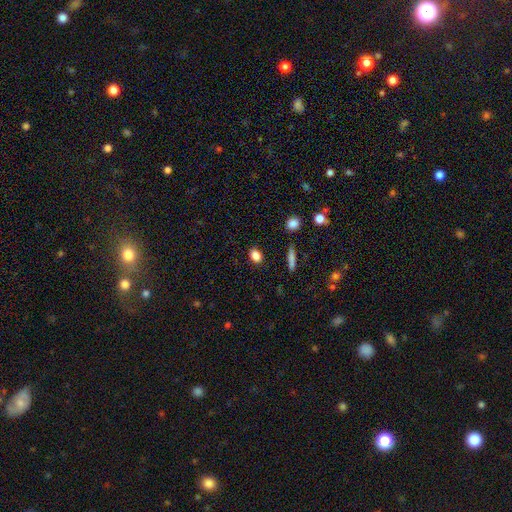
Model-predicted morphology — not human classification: smooth-or-featured: smooth: 85% | star or artifact: 10% | featured or disk: 6%
  how-rounded: in between: 68% | round: 28% | cigar-shaped: 4%
  merging: none: 88% | minor disturbance: 8% | major disturbance: 2% | merger: 2%